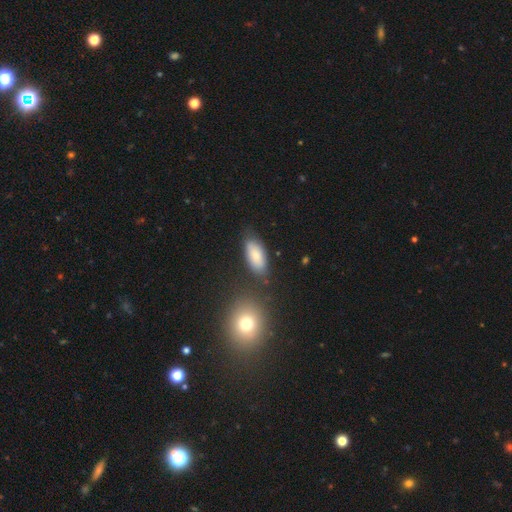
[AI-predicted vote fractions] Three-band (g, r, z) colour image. It shows a smooth galaxy with no disk features (82%) that is in between round and cigar-shaped (87%). Merging: none (72%).